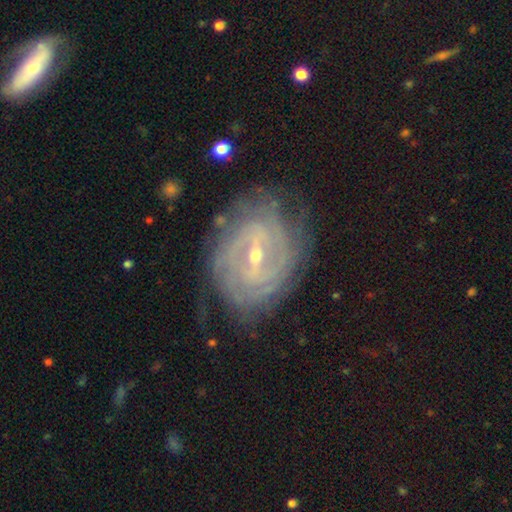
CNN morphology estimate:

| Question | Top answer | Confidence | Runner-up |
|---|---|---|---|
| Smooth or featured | featured or disk | 87% | smooth (6%) |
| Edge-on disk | no | 96% | yes (4%) |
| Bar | weak | 45% | strong (42%) |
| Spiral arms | yes | 94% | no (6%) |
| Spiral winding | tight | 77% | medium (19%) |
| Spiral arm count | can't tell | 38% | 2 (22%) |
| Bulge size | small | 63% | moderate (34%) |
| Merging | none | 78% | minor disturbance (15%) |